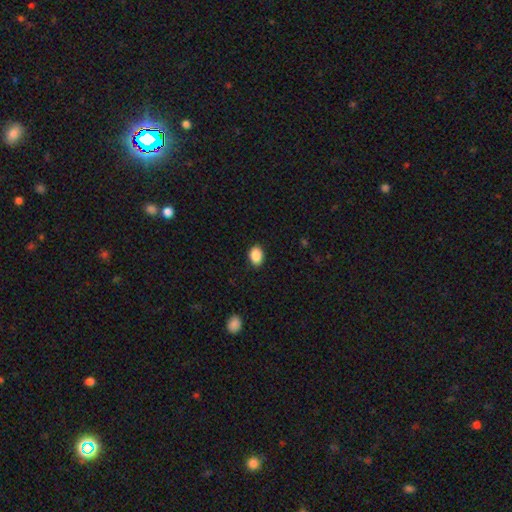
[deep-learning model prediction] Smooth or featured? smooth (89%)
How rounded? in between (77%)
Merging? none (88%)